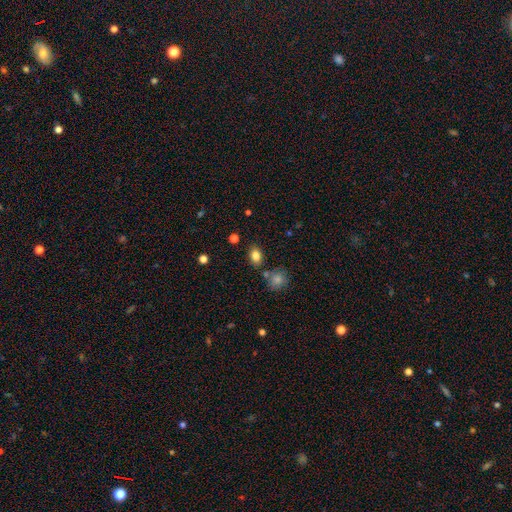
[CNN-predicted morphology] The model was most divided on "how rounded": in between: 76%, round: 23%, cigar-shaped: 1%. More confident: smooth or featured — smooth (83%); merging — none (78%).